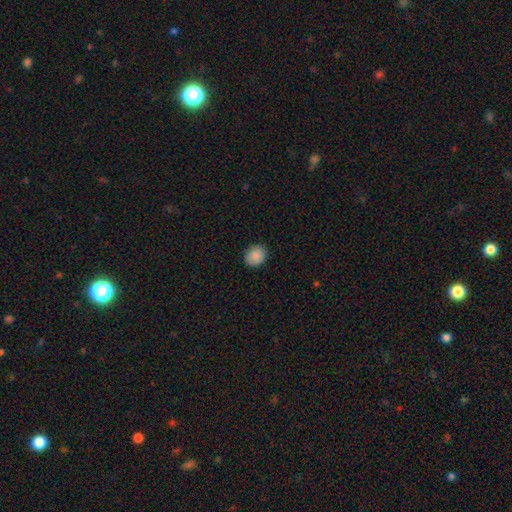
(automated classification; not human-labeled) Smooth or featured? smooth (88%)
How rounded? round (59%)
Merging? none (87%)